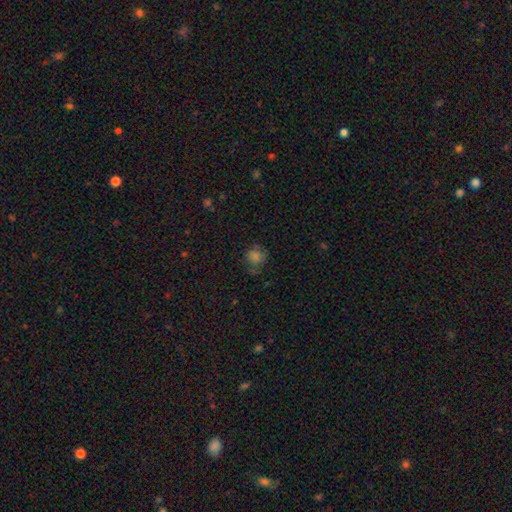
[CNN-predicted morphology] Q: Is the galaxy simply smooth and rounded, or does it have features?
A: smooth — 62%.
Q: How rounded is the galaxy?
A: round — 84%.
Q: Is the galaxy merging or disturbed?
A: none — 70%.